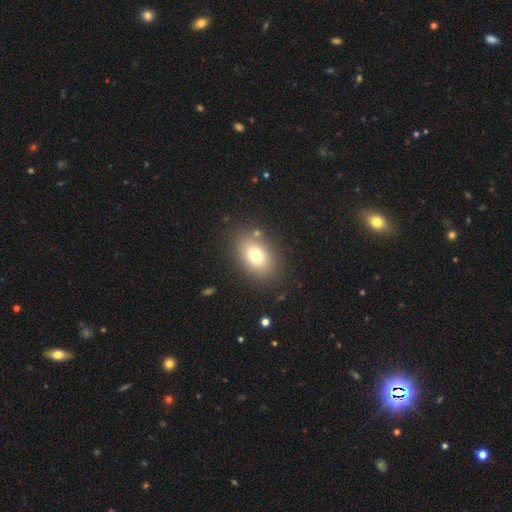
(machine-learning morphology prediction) smooth_or_featured: smooth (p=0.74) [alt: featured or disk p=0.14]
how_rounded: in between (p=0.77) [alt: round p=0.22]
merging: none (p=0.82) [alt: minor disturbance p=0.10]